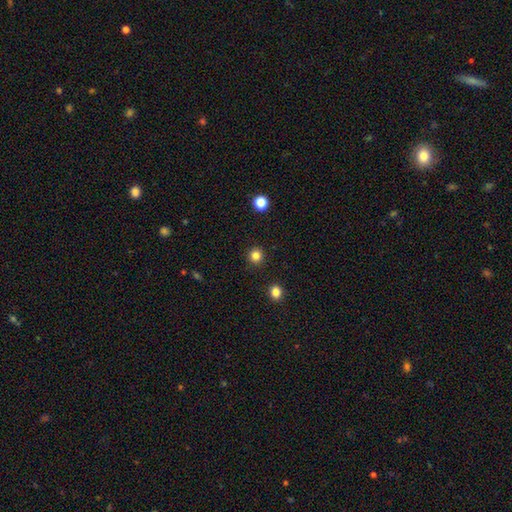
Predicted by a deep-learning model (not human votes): Smooth or featured: smooth — 83% (star or artifact — 13%)
How rounded: round — 95% (in between — 5%)
Merging: none — 92% (minor disturbance — 4%)